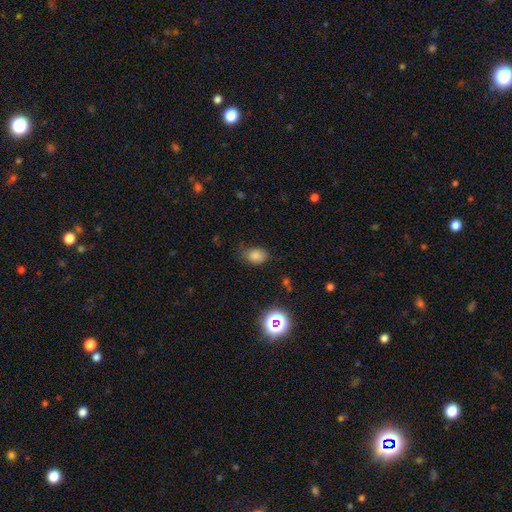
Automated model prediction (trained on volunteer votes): smooth_or_featured: smooth (p=0.80) [alt: star or artifact p=0.14]
how_rounded: in between (p=0.72) [alt: round p=0.26]
merging: none (p=0.67) [alt: minor disturbance p=0.24]